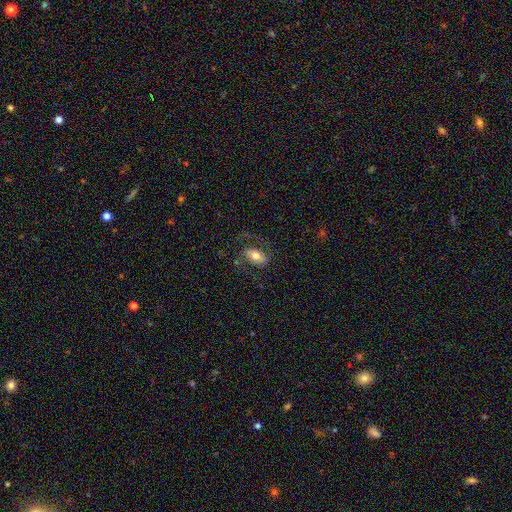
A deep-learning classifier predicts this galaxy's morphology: smooth-or-featured: smooth: 61% | featured or disk: 31% | star or artifact: 8%
  how-rounded: in between: 91% | round: 7% | cigar-shaped: 3%
  merging: none: 64% | minor disturbance: 18% | major disturbance: 16% | merger: 2%